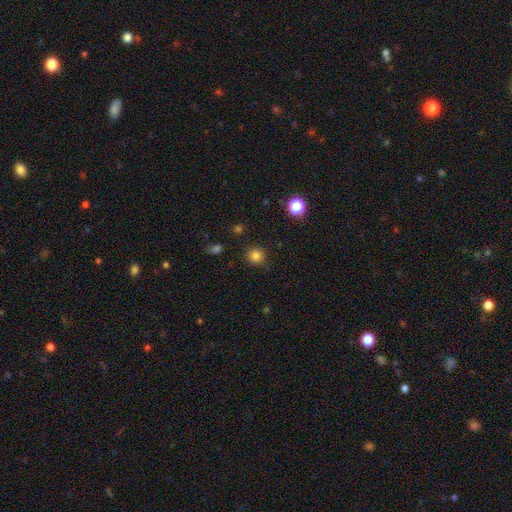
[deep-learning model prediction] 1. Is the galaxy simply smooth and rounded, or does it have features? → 82% smooth, 13% star or artifact, 5% featured or disk.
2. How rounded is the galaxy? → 93% round, 6% in between, 1% cigar-shaped.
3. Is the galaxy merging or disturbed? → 87% none, 9% minor disturbance, 3% major disturbance, 2% merger.